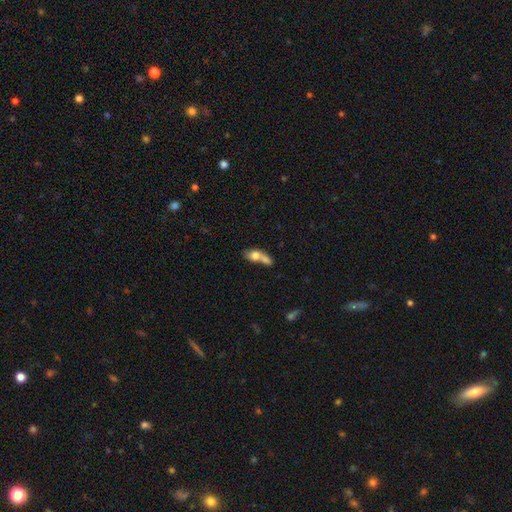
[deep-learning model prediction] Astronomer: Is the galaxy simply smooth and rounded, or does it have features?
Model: smooth — 69%.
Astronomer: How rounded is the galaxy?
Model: in between — 69%.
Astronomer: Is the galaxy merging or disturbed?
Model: merger — 68%.